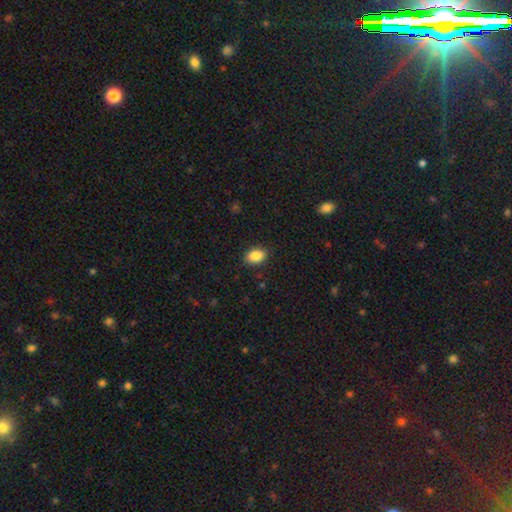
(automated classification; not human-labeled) Smooth or featured: smooth — 88% (star or artifact — 8%)
How rounded: in between — 84% (round — 15%)
Merging: none — 88% (minor disturbance — 9%)